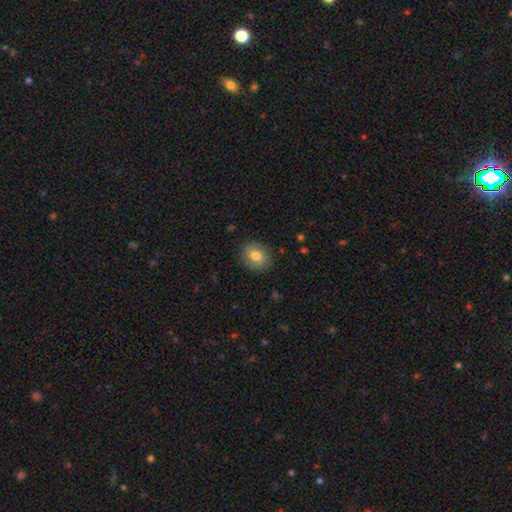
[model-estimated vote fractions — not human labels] Q: Smooth or featured?
A: smooth (76%); runner-up: featured or disk (16%)
Q: How rounded?
A: round (63%); runner-up: in between (36%)
Q: Merging?
A: none (86%); runner-up: minor disturbance (10%)